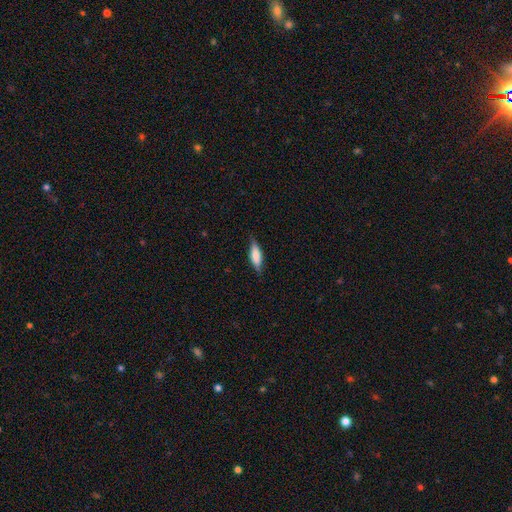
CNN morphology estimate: This appears to be a smooth galaxy with no disk features (69%) that is cigar-shaped (53%). Merging: none (81%).